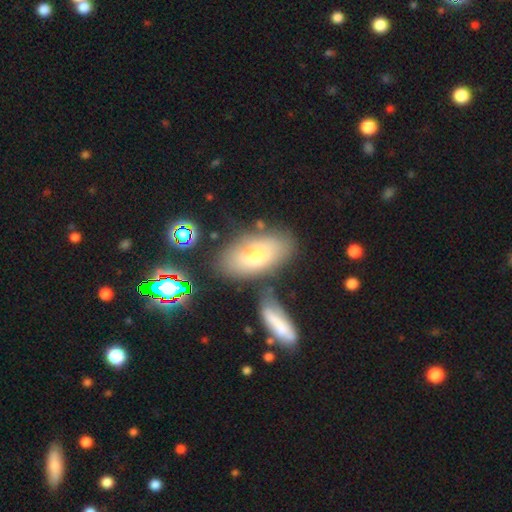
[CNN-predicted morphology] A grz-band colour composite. It shows a smooth galaxy with no disk features (69%) that is in between round and cigar-shaped (90%). Merging: none (68%).